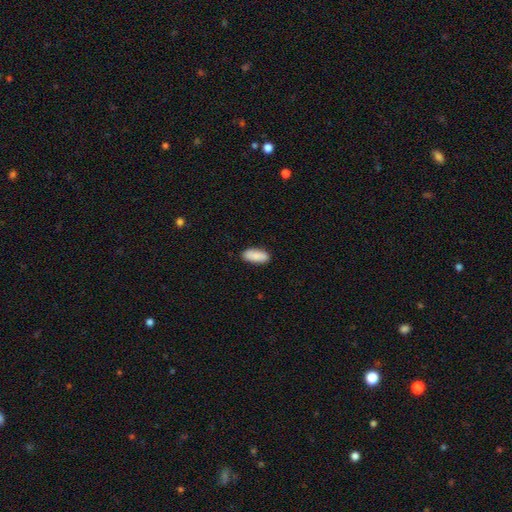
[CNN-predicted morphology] Overall: smooth (89%). How rounded: in between (84%). Merging: none (88%).